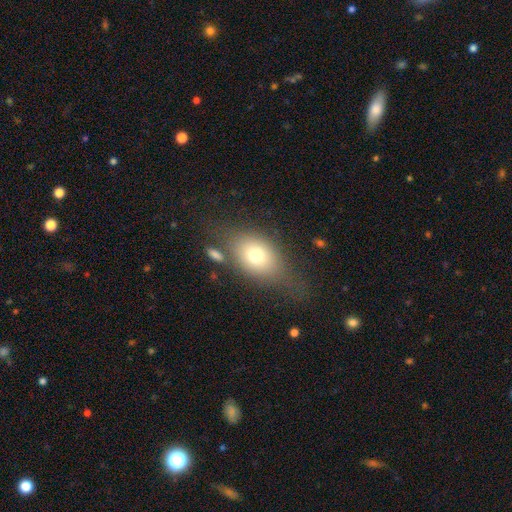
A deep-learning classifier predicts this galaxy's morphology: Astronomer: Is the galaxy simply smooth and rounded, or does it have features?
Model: smooth — 71%.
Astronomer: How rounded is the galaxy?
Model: in between — 73%.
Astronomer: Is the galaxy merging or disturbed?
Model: none — 54%.